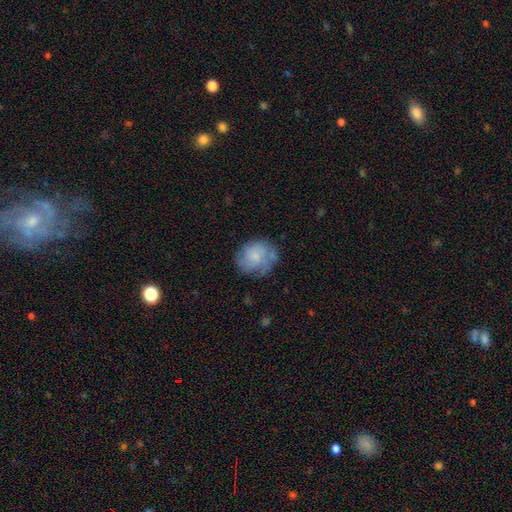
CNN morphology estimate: A smooth galaxy with no disk features (57%) that is round (72%).

Vote fractions:
- Smooth or featured? smooth: 57% / featured or disk: 35% / star or artifact: 8%
- How rounded? round: 72% / in between: 27% / cigar-shaped: 1%
- Merging? none: 64% / minor disturbance: 24% / major disturbance: 10% / merger: 2%